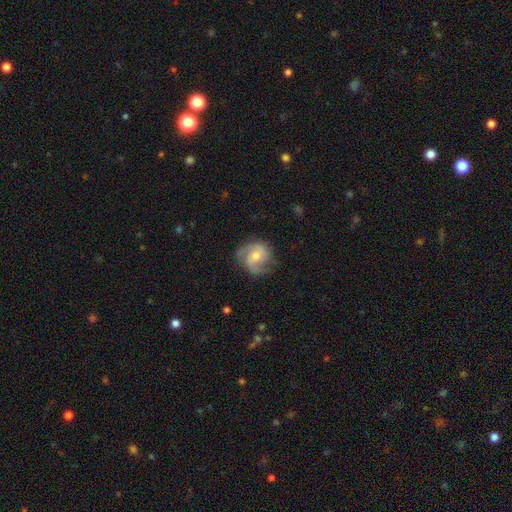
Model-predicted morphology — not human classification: Smooth or featured: featured or disk — 68% (smooth — 25%)
Edge-on disk: no — 97% (yes — 3%)
Bar: no — 57% (weak — 34%)
Spiral arms: yes — 91% (no — 9%)
Spiral winding: medium — 48% (tight — 27%)
Spiral arm count: 2 — 72% (can't tell — 11%)
Bulge size: moderate — 54% (small — 40%)
Merging: none — 68% (minor disturbance — 22%)